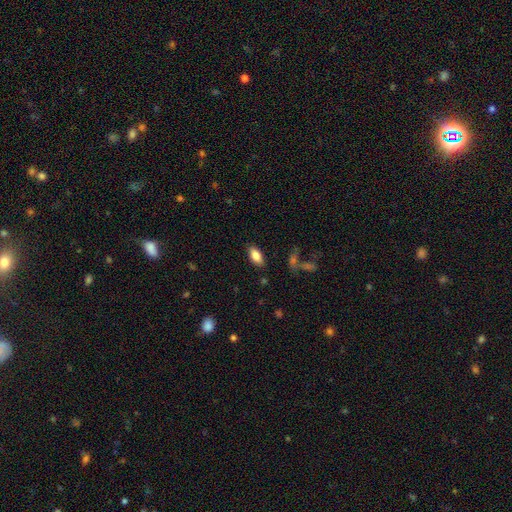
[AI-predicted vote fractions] A smooth galaxy with no disk features (83%) that is in between round and cigar-shaped (90%). Merging: none (86%).